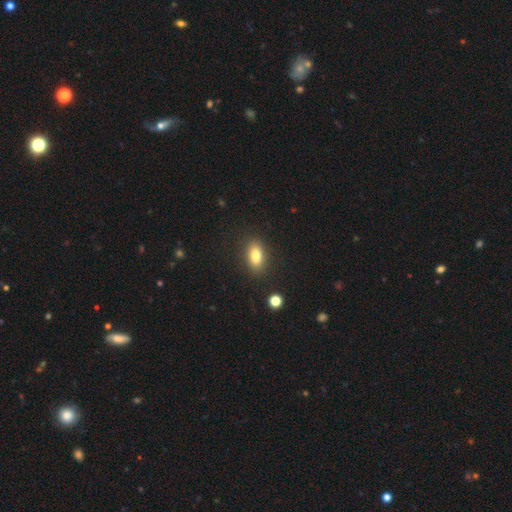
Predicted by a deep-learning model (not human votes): The model was most divided on "smooth or featured": smooth: 81%, featured or disk: 10%, star or artifact: 9%. More confident: merging — none (86%); how rounded — in between (86%).